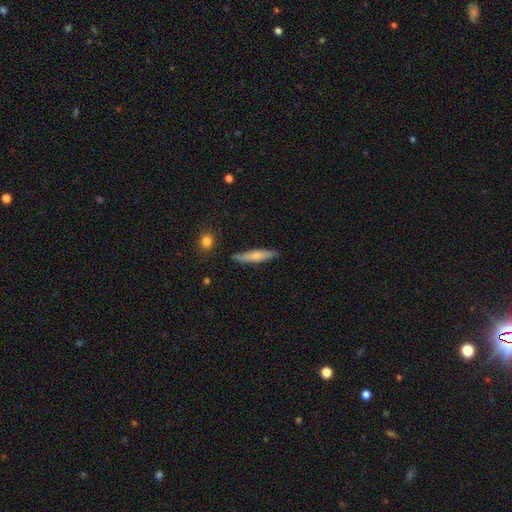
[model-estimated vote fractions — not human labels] Smooth or featured: smooth — 67% (featured or disk — 27%)
How rounded: cigar-shaped — 85% (in between — 13%)
Merging: none — 81% (minor disturbance — 15%)